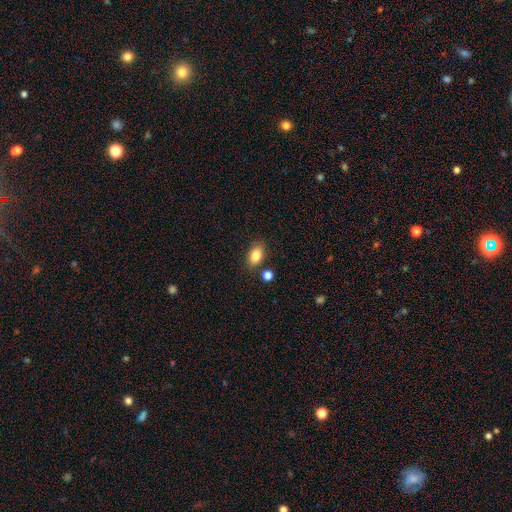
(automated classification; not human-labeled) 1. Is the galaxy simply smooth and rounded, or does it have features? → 84% smooth, 9% star or artifact, 8% featured or disk.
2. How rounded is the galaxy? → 85% in between, 13% round, 2% cigar-shaped.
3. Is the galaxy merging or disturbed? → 79% none, 12% minor disturbance, 6% merger, 3% major disturbance.